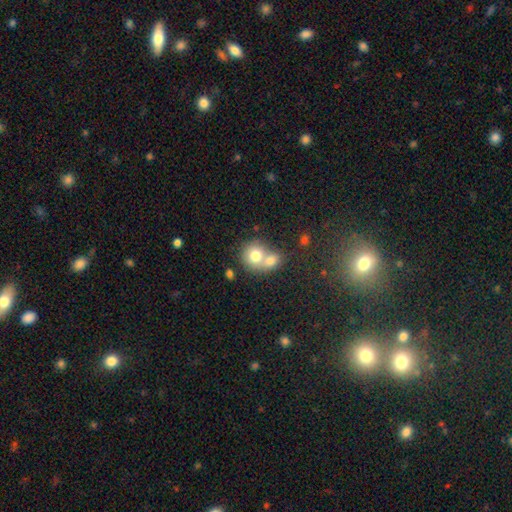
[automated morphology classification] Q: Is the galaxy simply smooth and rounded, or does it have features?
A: smooth — 74%.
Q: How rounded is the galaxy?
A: round — 76%.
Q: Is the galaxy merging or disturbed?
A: merger — 65%.